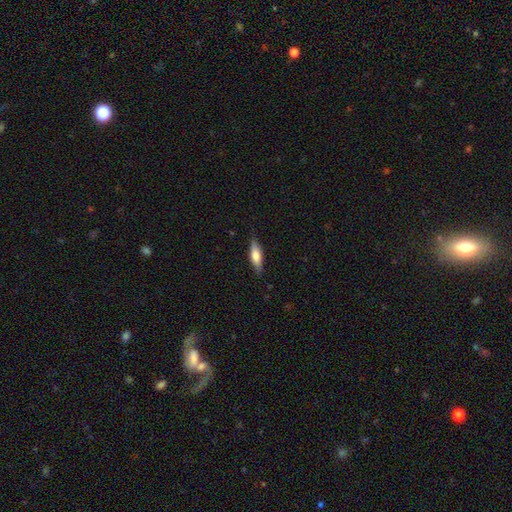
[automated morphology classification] Q: Smooth or featured?
A: smooth (63%); runner-up: featured or disk (31%)
Q: How rounded?
A: cigar-shaped (53%); runner-up: in between (45%)
Q: Merging?
A: none (84%); runner-up: minor disturbance (12%)